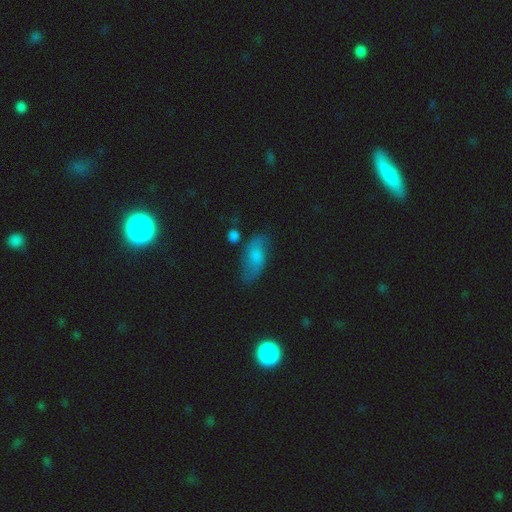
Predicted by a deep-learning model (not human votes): Overall: smooth (56%; featured or disk 33%). How rounded: in between (88%). Merging: none (66%).